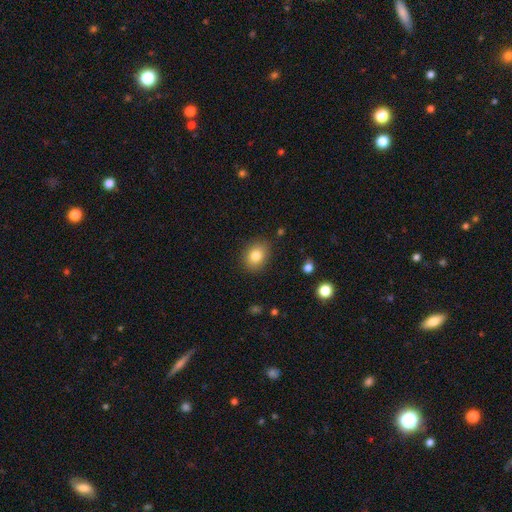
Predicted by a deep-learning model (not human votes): A smooth galaxy with no disk features (82%) that is in between round and cigar-shaped (51%). Merging: none (86%).